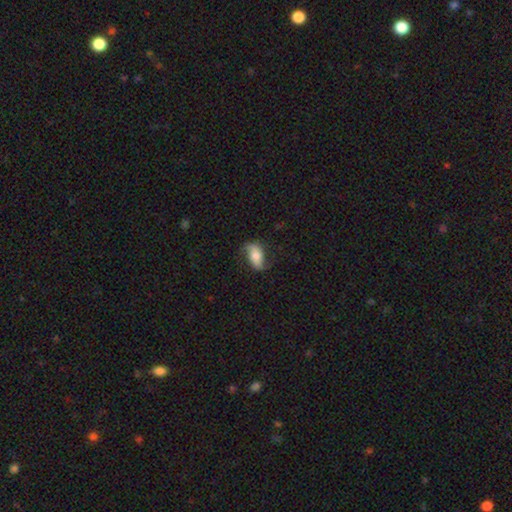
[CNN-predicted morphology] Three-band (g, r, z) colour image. It shows a featured or disk galaxy (47%). Merging: none (68%).